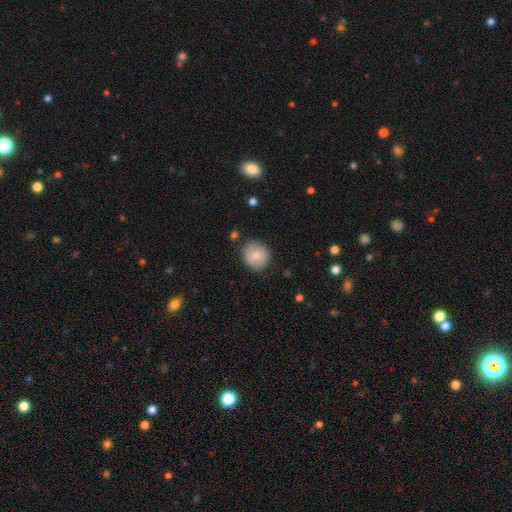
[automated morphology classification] type=smooth (74%); roundness=round (87%); merging=none (84%).